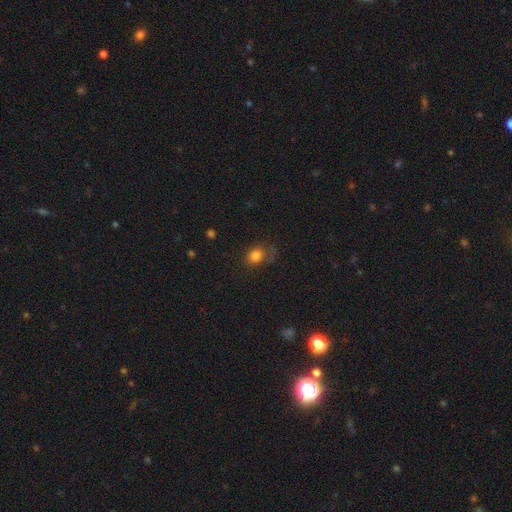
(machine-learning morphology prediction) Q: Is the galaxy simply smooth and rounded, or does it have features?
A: smooth — 80%.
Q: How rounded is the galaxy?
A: round — 63%.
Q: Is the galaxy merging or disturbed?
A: none — 58%.